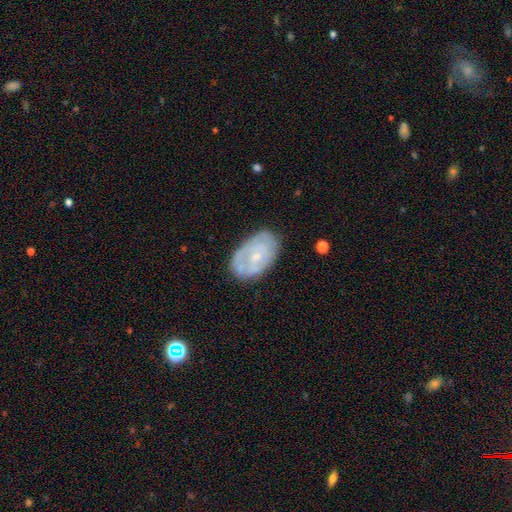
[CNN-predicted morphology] Smooth or featured? Predicted: featured or disk (p=0.58). Edge-on disk? Predicted: no (p=0.94). Bar? Predicted: no (p=0.77). Spiral arms? Predicted: yes (p=0.58). Bulge size? Predicted: small (p=0.72). Merging? Predicted: none (p=0.70).